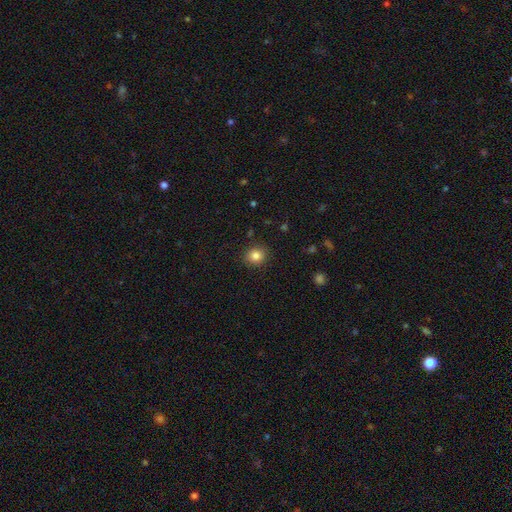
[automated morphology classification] Smooth or featured?
  - smooth: 83% *
  - star or artifact: 11%
  - featured or disk: 6%
How rounded?
  - round: 78% *
  - in between: 21%
  - cigar-shaped: 1%
Merging?
  - none: 89% *
  - minor disturbance: 8%
  - major disturbance: 2%
  - merger: 1%